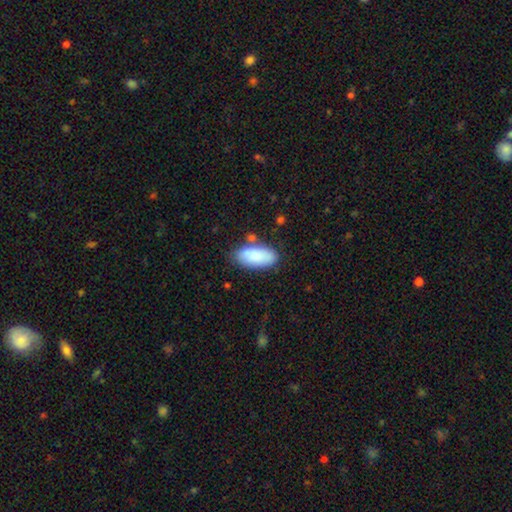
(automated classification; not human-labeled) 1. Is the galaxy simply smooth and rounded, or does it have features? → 87% smooth, 7% featured or disk, 6% star or artifact.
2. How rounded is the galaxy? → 91% in between, 7% cigar-shaped, 2% round.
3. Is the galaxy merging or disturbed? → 73% none, 16% minor disturbance, 6% merger, 4% major disturbance.